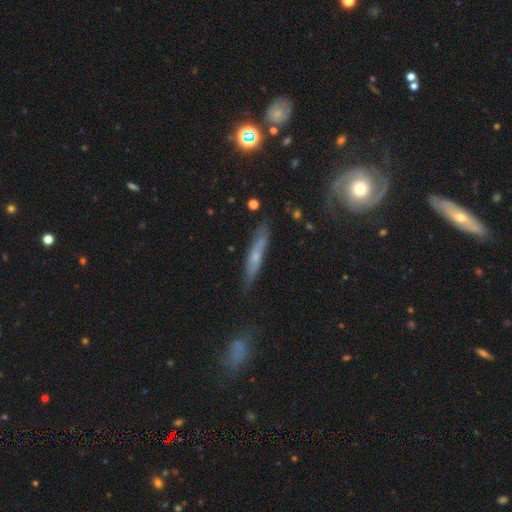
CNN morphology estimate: Smooth or featured: featured or disk — 49% (smooth — 42%)
Merging: none — 74% (minor disturbance — 18%)